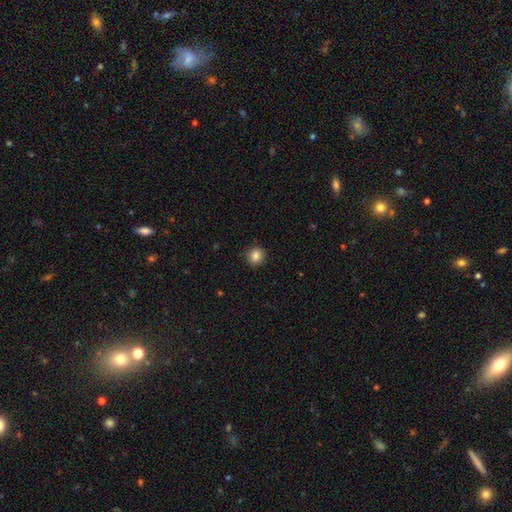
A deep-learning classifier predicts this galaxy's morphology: Smooth or featured: smooth — 85% (star or artifact — 10%)
How rounded: round — 90% (in between — 9%)
Merging: none — 90% (minor disturbance — 7%)